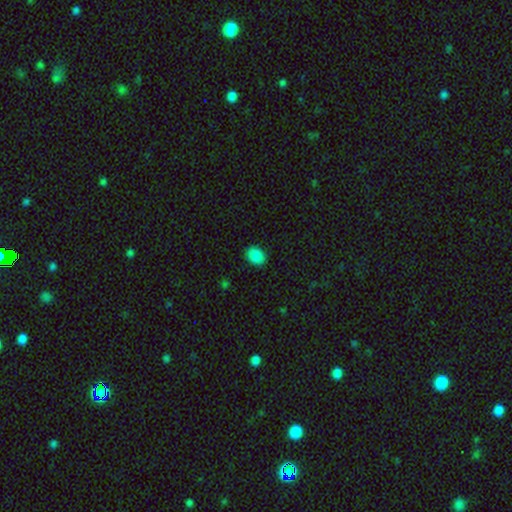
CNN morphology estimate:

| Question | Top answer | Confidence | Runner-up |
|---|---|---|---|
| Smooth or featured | smooth | 89% | star or artifact (8%) |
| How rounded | in between | 66% | round (33%) |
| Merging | none | 89% | minor disturbance (8%) |